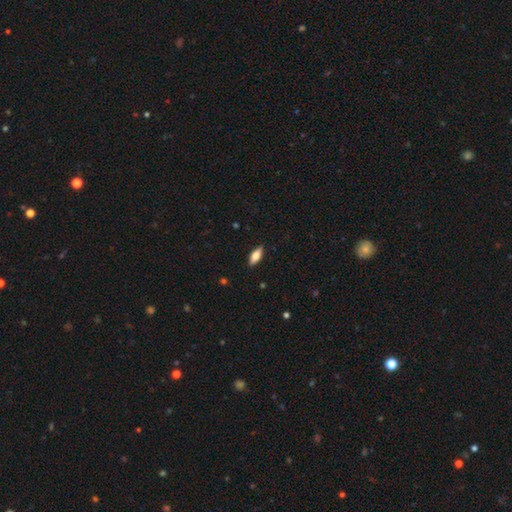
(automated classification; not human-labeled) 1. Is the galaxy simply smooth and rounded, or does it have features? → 71% smooth, 23% featured or disk, 7% star or artifact.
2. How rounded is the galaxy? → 73% in between, 25% cigar-shaped, 2% round.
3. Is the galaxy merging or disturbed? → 89% none, 8% minor disturbance, 2% major disturbance, 1% merger.